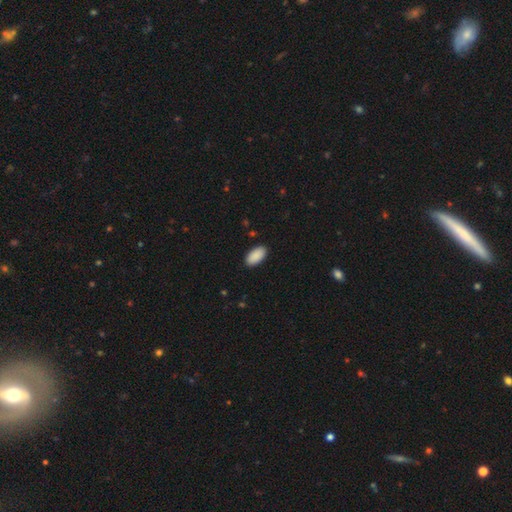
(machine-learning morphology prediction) A smooth galaxy with no disk features (91%) that is in between round and cigar-shaped (96%). Merging: none (90%).